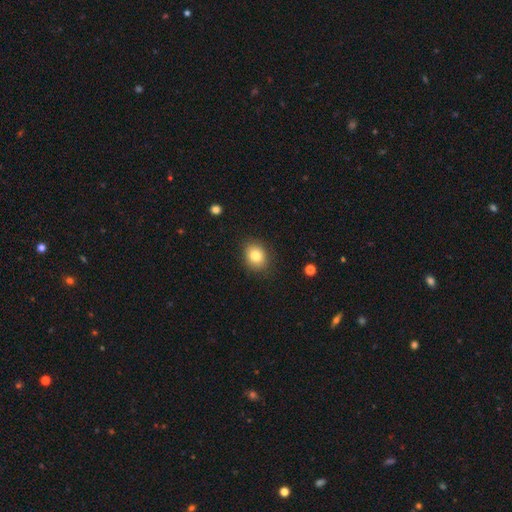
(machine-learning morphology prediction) A smooth galaxy with no disk features (82%) that is round (51%).

Vote fractions:
- Smooth or featured? smooth: 82% / star or artifact: 9% / featured or disk: 8%
- How rounded? round: 51% / in between: 48% / cigar-shaped: 1%
- Merging? none: 85% / minor disturbance: 11% / major disturbance: 3% / merger: 1%